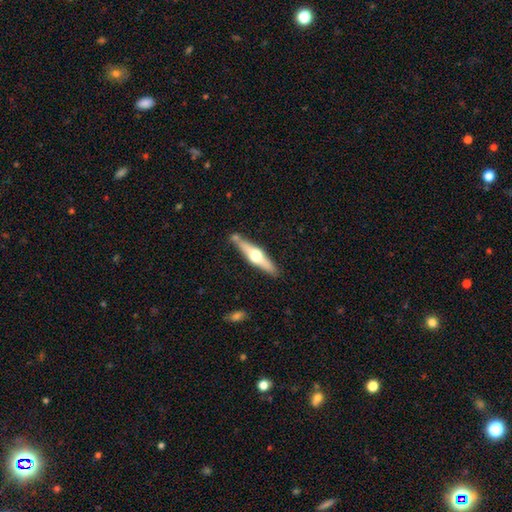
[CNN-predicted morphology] type=featured or disk (65%); edge-on=yes (96%); edge-on bulge=rounded (94%); merging=none (79%).